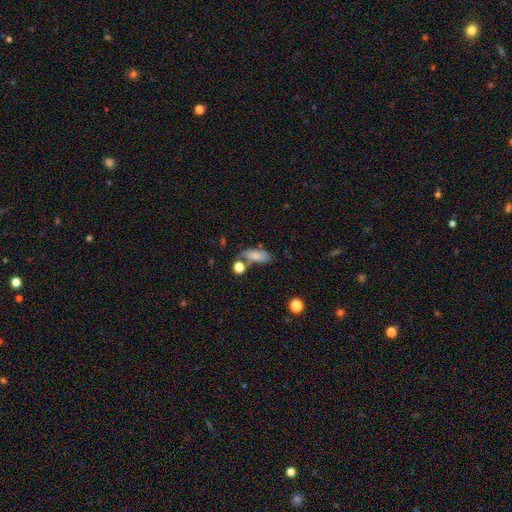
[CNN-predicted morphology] Q: Smooth or featured?
A: smooth (73%); runner-up: featured or disk (18%)
Q: How rounded?
A: in between (78%); runner-up: cigar-shaped (17%)
Q: Merging?
A: none (50%); runner-up: minor disturbance (22%)